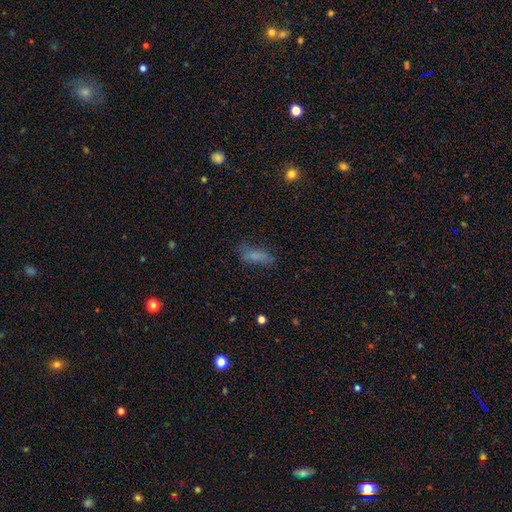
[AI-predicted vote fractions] Q: Smooth or featured?
A: smooth (74%); runner-up: star or artifact (13%)
Q: How rounded?
A: in between (61%); runner-up: cigar-shaped (36%)
Q: Merging?
A: none (62%); runner-up: minor disturbance (24%)